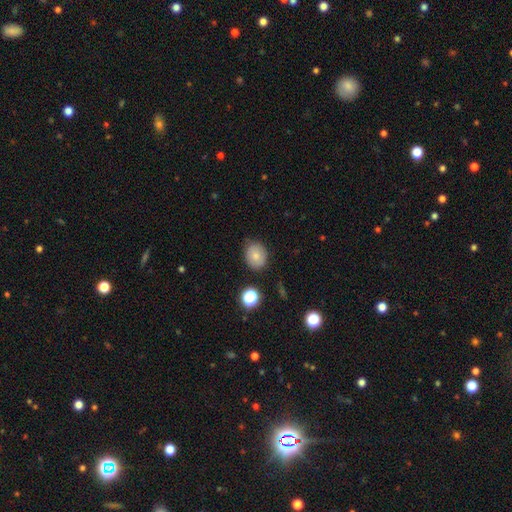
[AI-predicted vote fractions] This appears to be a smooth galaxy with no disk features (77%) that is round (56%). Merging: none (78%).